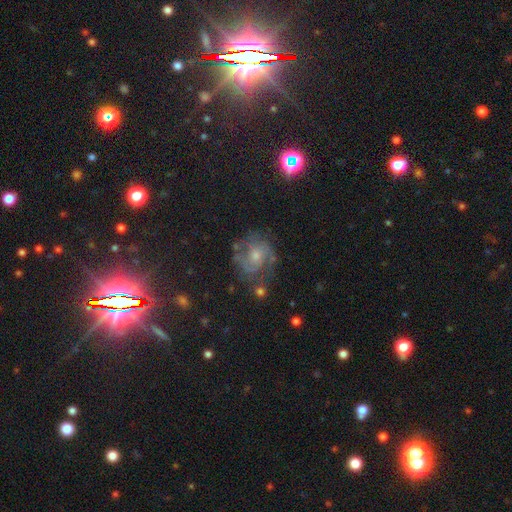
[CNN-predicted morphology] smooth-or-featured: featured or disk: 64% | star or artifact: 22% | smooth: 14%
  disk-edge-on: no: 97% | yes: 3%
    bar: no: 62% | weak: 32% | strong: 7%
    has-spiral-arms: yes: 91% | no: 9%
      spiral-winding: medium: 49% | tight: 39% | loose: 12%
      spiral-arm-count: 2: 53% | can't tell: 22% | 3: 12% | 1: 5% | 4: 4% | more than 4: 4%
    bulge-size: moderate: 46% | small: 44% | none: 5% | large: 4% | dominant: 2%
  merging: none: 72% | minor disturbance: 16% | major disturbance: 10% | merger: 3%